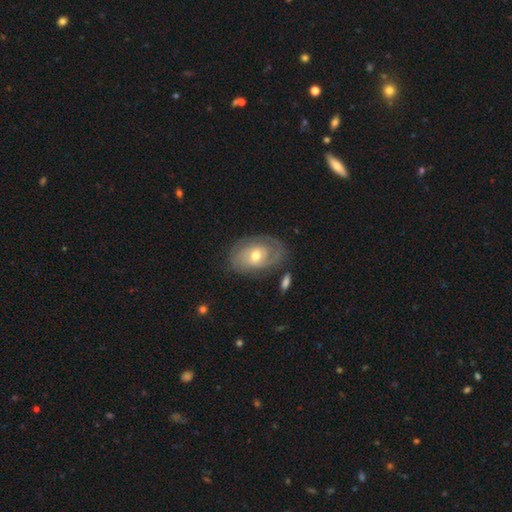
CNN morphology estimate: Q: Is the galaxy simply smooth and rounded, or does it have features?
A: featured or disk — 73%.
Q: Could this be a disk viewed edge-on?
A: no — 94%.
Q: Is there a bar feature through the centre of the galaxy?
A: no — 73%.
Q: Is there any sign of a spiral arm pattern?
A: yes — 78%.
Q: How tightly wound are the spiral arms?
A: tight — 70%.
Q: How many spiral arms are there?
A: can't tell — 41%.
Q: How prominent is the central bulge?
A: moderate — 63%.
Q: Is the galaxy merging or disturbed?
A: none — 71%.